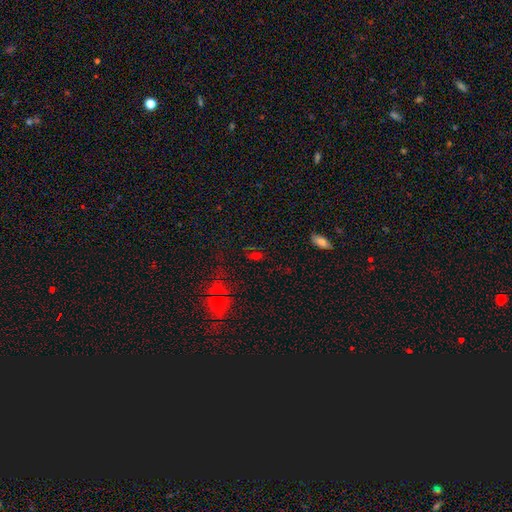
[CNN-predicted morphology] Overall: smooth (47%; star or artifact 43%). Merging: none (70%).